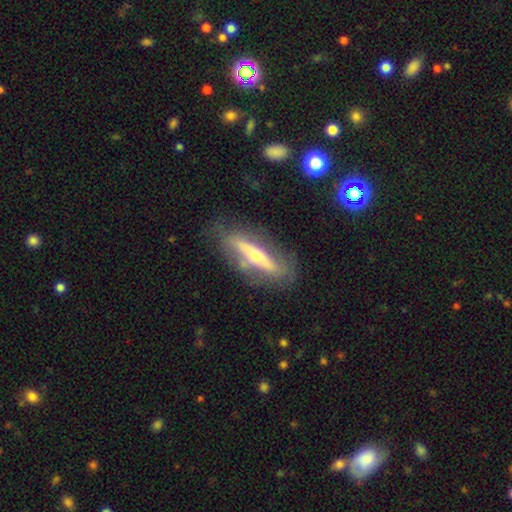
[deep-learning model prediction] Smooth or featured?
  - featured or disk: 69% *
  - smooth: 25%
  - star or artifact: 6%
Edge-on disk?
  - yes: 64% *
  - no: 36%
Merging?
  - none: 72% *
  - minor disturbance: 17%
  - major disturbance: 8%
  - merger: 3%